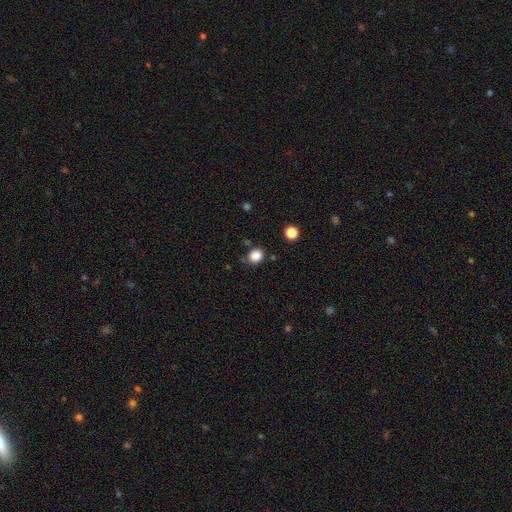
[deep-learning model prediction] Smooth or featured? Predicted: smooth (p=0.86). How rounded? Predicted: round (p=0.74). Merging? Predicted: none (p=0.80).